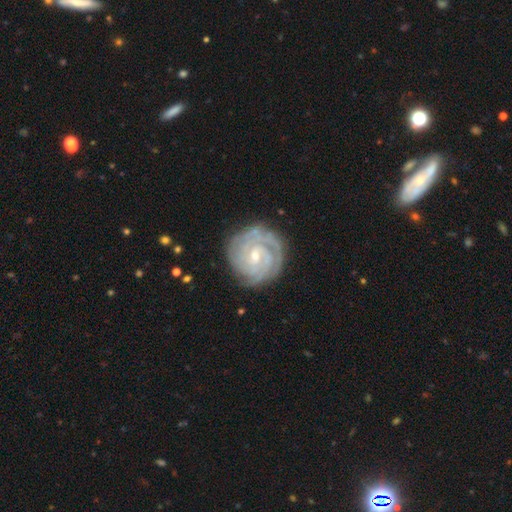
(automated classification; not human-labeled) A featured or disk galaxy (87%) with no bar (47%), tight (84%) spiral arms (97%) and a small central bulge (65%). Merging: none (79%).